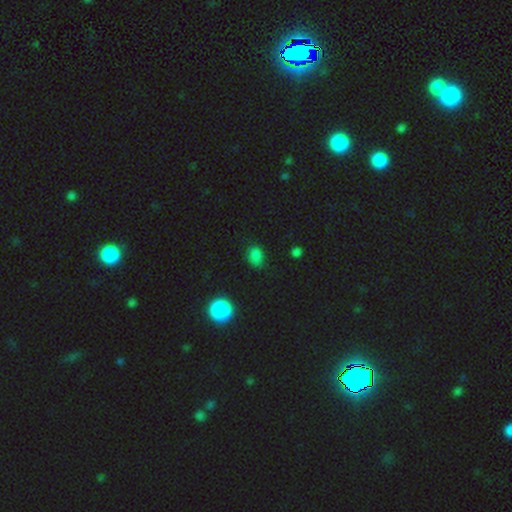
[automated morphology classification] Smooth or featured? smooth (80%)
How rounded? in between (66%)
Merging? none (79%)